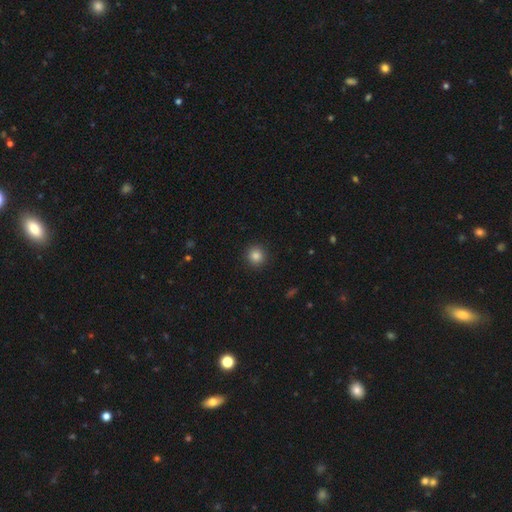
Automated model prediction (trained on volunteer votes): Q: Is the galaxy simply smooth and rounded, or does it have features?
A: smooth — 84%.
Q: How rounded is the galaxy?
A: round — 94%.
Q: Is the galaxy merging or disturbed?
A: none — 92%.